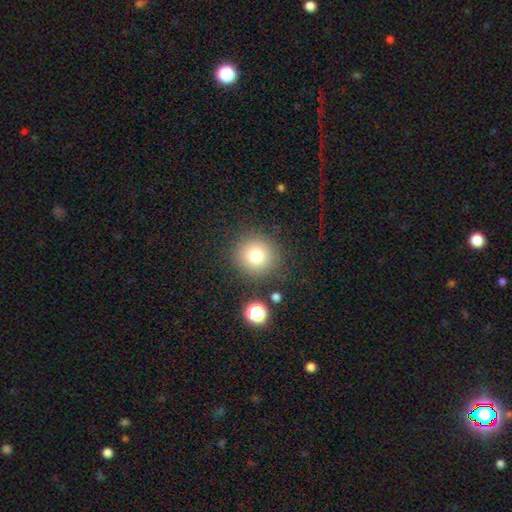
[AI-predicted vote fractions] Overall: smooth (76%). How rounded: round (94%). Merging: none (85%).